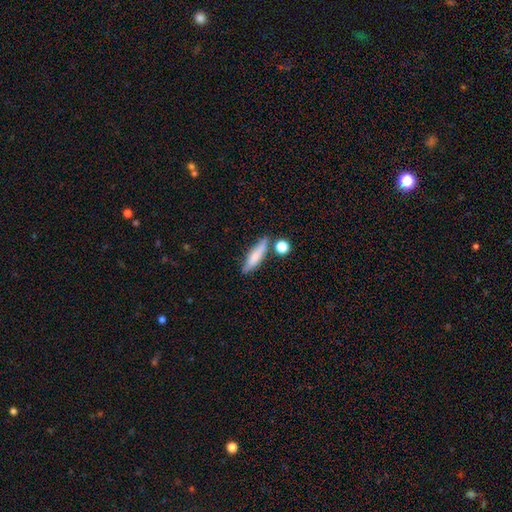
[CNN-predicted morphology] The model was most divided on "smooth or featured": smooth: 70%, featured or disk: 23%, star or artifact: 8%. More confident: how rounded — cigar-shaped (72%); merging — none (68%).